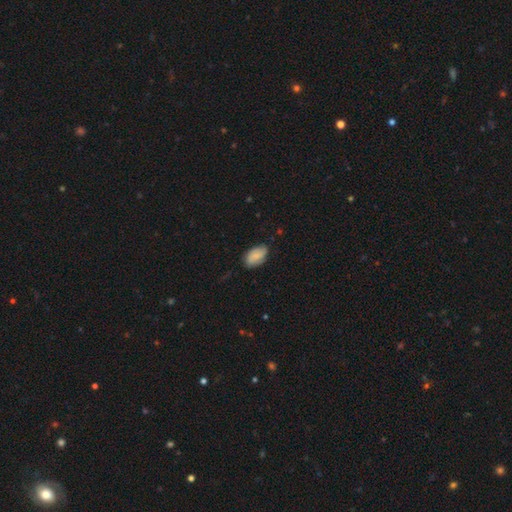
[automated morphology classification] Smooth or featured? Predicted: smooth (p=0.75). How rounded? Predicted: in between (p=0.93). Merging? Predicted: none (p=0.74).